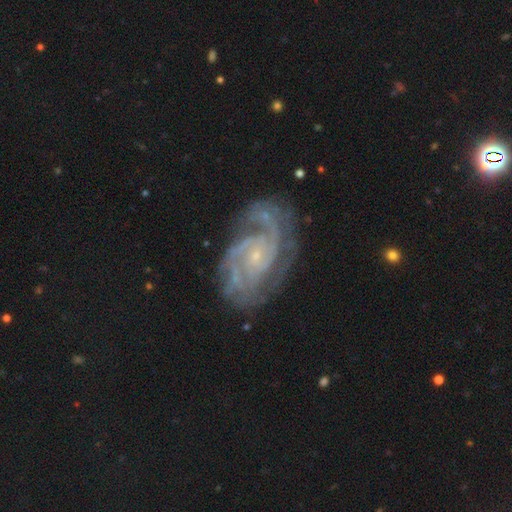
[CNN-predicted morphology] Smooth or featured? featured or disk (91%)
Edge-on disk? no (97%)
Bar? no (64%)
Spiral arms? yes (98%)
Spiral winding? tight (55%)
Spiral arm count? 2 (41%)
Bulge size? small (83%)
Merging? none (68%)